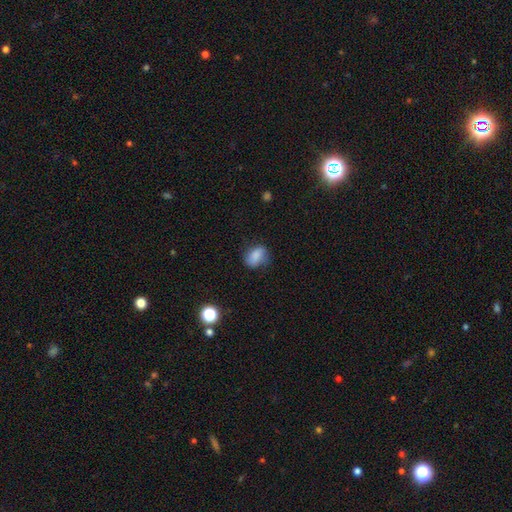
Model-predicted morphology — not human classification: Q: Smooth or featured?
A: smooth (82%); runner-up: star or artifact (9%)
Q: How rounded?
A: in between (76%); runner-up: round (22%)
Q: Merging?
A: none (66%); runner-up: minor disturbance (25%)